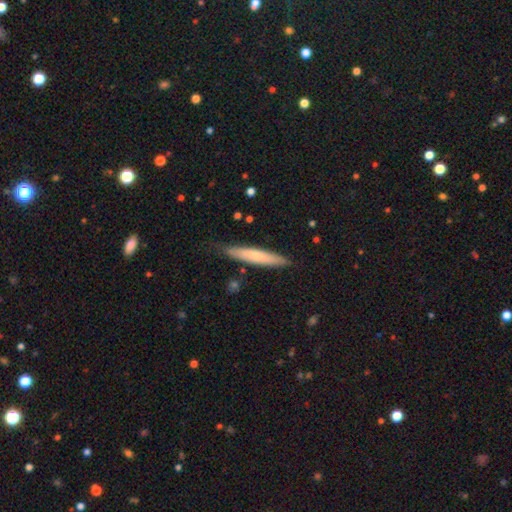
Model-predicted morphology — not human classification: smooth-or-featured: smooth: 64% | featured or disk: 31% | star or artifact: 6%
  how-rounded: cigar-shaped: 92% | in between: 7% | round: 1%
  merging: none: 83% | minor disturbance: 13% | major disturbance: 2% | merger: 2%